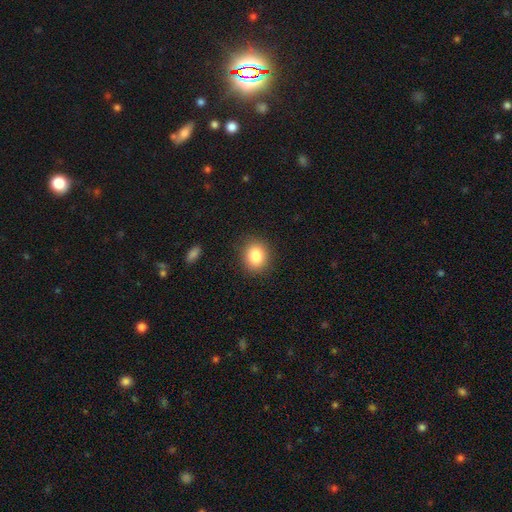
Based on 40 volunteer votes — Smooth or featured?
  - smooth: 95% *
  - featured or disk: 2%
  - star or artifact: 2%
How rounded?
  - round: 66% *
  - in between: 34%
  - cigar-shaped: 0%
Merging?
  - none: 92% *
  - minor disturbance: 5%
  - merger: 3%
  - major disturbance: 0%